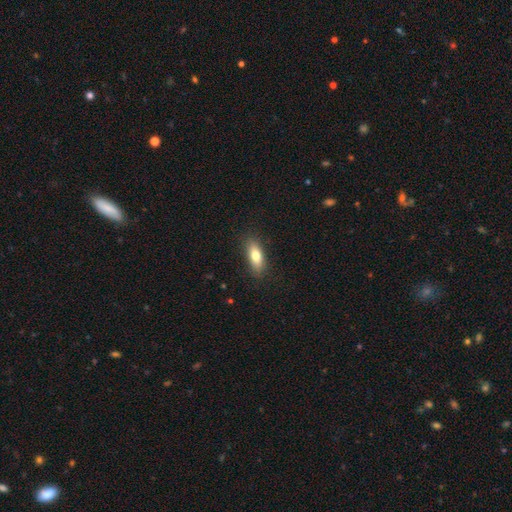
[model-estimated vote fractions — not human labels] The model was most divided on "how rounded": in between: 71%, cigar-shaped: 25%, round: 3%. More confident: merging — none (84%); smooth or featured — smooth (76%).